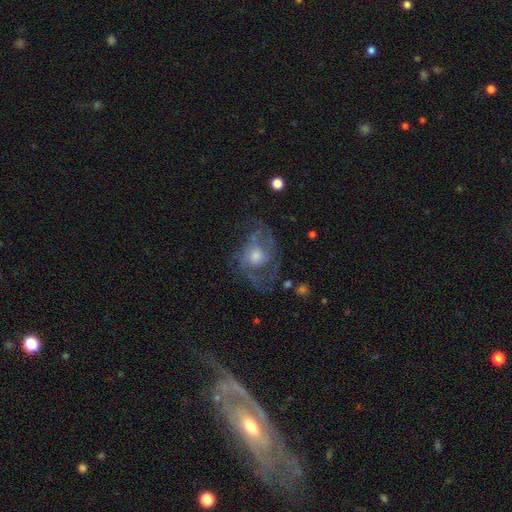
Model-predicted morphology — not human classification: A featured or disk galaxy (69%) with no bar (80%), spiral arms (69%) and a moderate central bulge (57%).

Vote fractions:
- Smooth or featured? featured or disk: 69% / smooth: 21% / star or artifact: 10%
- Edge-on disk? no: 96% / yes: 4%
- Bar? no: 80% / weak: 17% / strong: 3%
- Spiral arms? yes: 69% / no: 31%
- Bulge size? moderate: 57% / small: 24% / large: 14% / none: 4% / dominant: 2%
- Merging? none: 52% / major disturbance: 27% / minor disturbance: 19% / merger: 2%